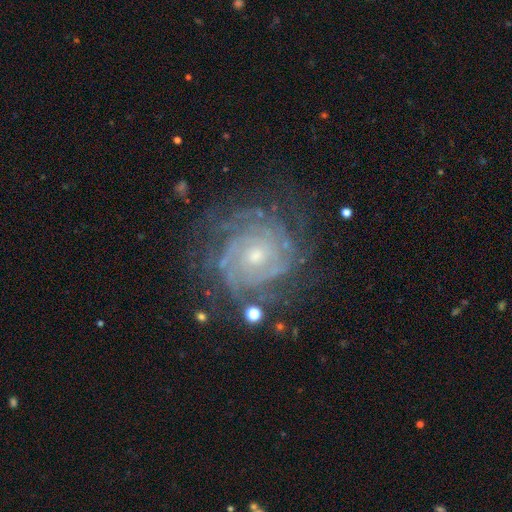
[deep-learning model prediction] The model was most divided on "spiral arm count": can't tell: 32%, 4: 19%, 3: 16%, 2: 14%, more than 4: 11%, 1: 7%. More confident: edge-on disk — no (98%); spiral arms — yes (97%); smooth or featured — featured or disk (88%); spiral winding — tight (80%); merging — none (74%); bar — no (74%); bulge size — small (61%).